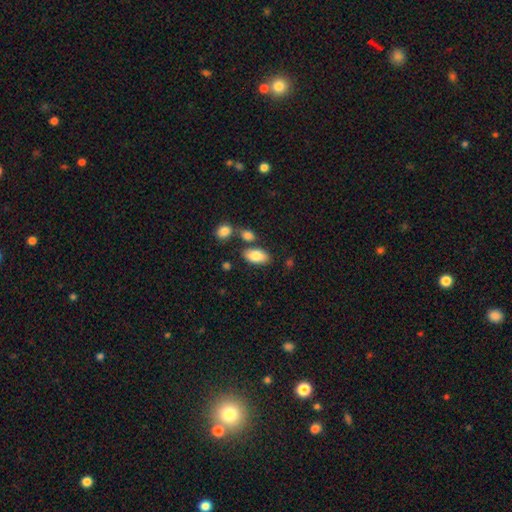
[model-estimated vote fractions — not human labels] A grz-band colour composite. It shows a smooth galaxy with no disk features (81%) that is in between round and cigar-shaped (93%). Merging: none (73%).